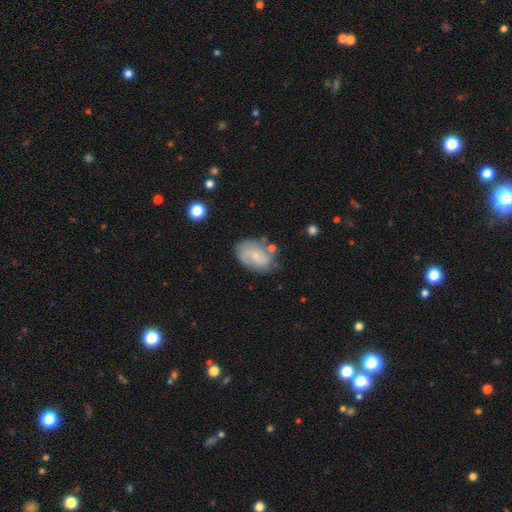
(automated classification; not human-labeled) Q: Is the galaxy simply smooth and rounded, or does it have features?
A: featured or disk — 58%.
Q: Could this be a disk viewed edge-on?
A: no — 97%.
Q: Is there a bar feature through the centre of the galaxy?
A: no — 61%.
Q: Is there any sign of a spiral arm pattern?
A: yes — 84%.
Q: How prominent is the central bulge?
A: small — 73%.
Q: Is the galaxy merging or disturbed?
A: none — 63%.